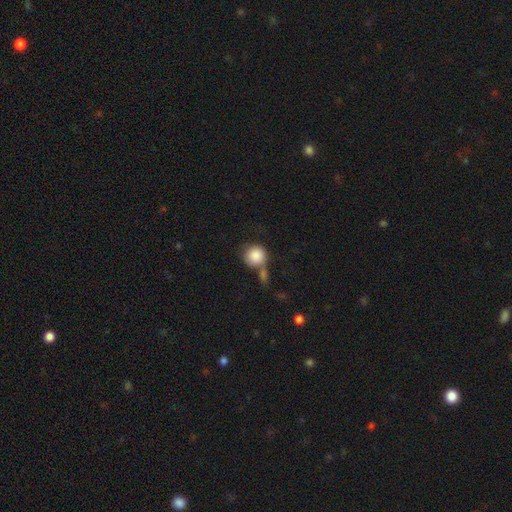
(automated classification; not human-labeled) Smooth or featured?
  - smooth: 87% *
  - star or artifact: 7%
  - featured or disk: 6%
How rounded?
  - round: 91% *
  - in between: 8%
  - cigar-shaped: 1%
Merging?
  - none: 43% *
  - merger: 34%
  - minor disturbance: 14%
  - major disturbance: 8%